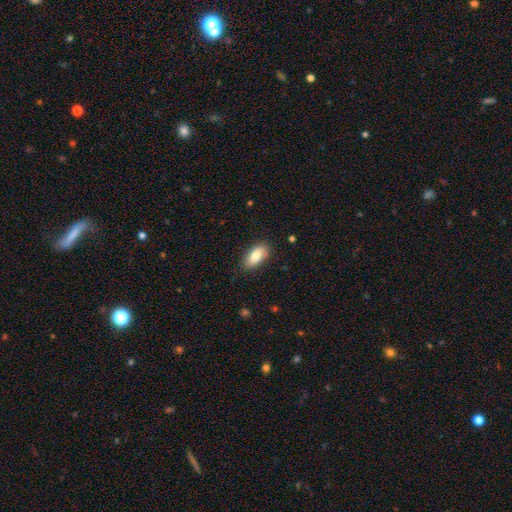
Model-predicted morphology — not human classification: type=smooth (83%); roundness=in between (91%); merging=none (81%).